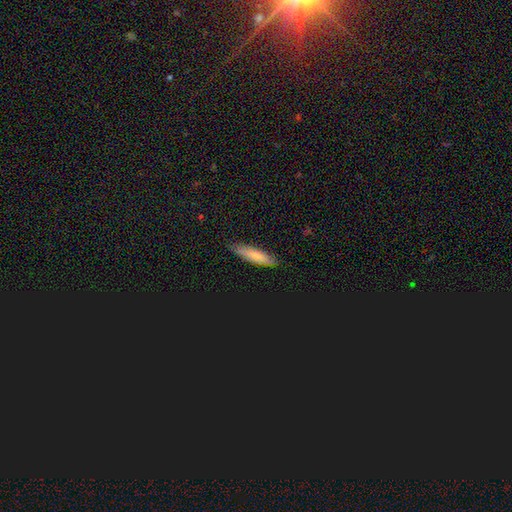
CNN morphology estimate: smooth_or_featured: smooth (p=0.68) [alt: featured or disk p=0.20]
how_rounded: cigar-shaped (p=0.70) [alt: in between p=0.28]
merging: none (p=0.83) [alt: minor disturbance p=0.13]